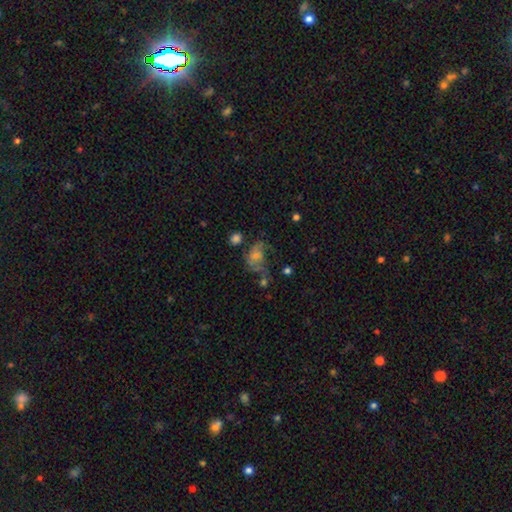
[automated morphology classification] type=featured or disk (44%); merging=major disturbance (39%).